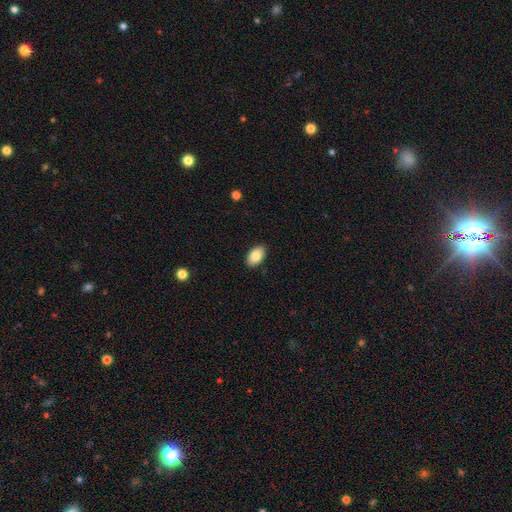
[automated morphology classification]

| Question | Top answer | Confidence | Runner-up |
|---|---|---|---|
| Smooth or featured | smooth | 85% | featured or disk (8%) |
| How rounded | in between | 93% | round (6%) |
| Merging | none | 90% | minor disturbance (8%) |